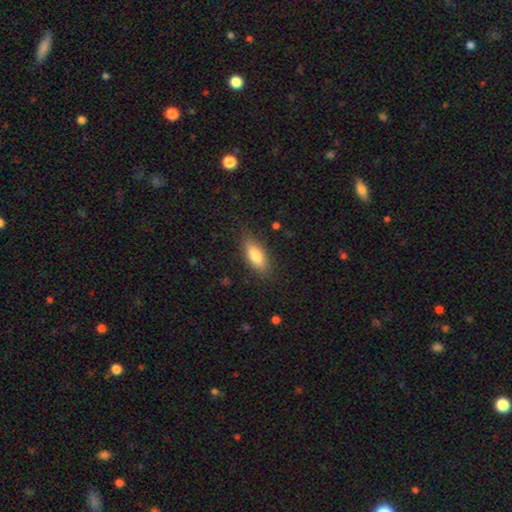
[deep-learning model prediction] Smooth or featured? Predicted: smooth (p=0.76). How rounded? Predicted: in between (p=0.73). Merging? Predicted: none (p=0.82).